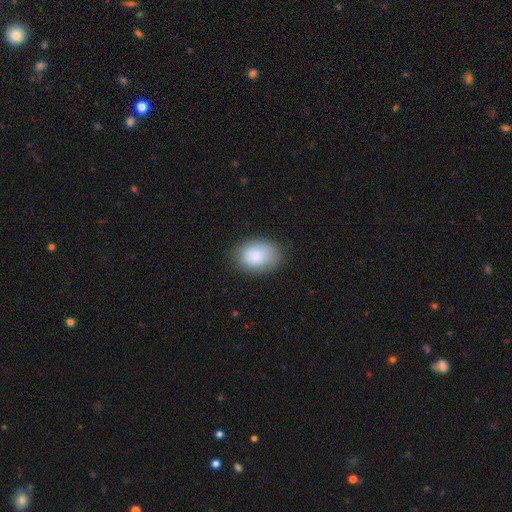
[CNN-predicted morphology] smooth-or-featured: smooth: 83% | featured or disk: 10% | star or artifact: 8%
  how-rounded: in between: 74% | round: 25% | cigar-shaped: 1%
  merging: none: 77% | minor disturbance: 17% | major disturbance: 5% | merger: 1%